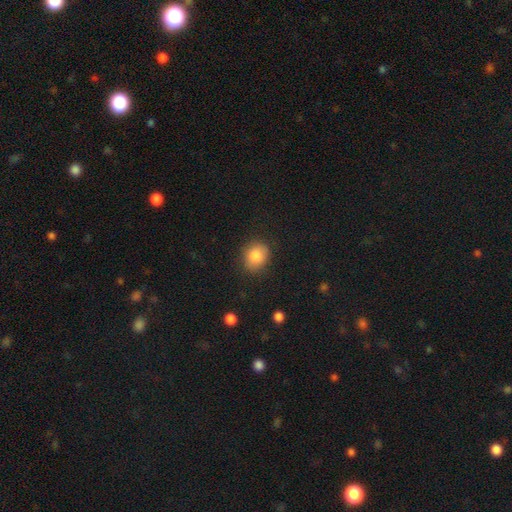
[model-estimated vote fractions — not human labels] smooth 86%, star or artifact 8%, featured or disk 6%. Down the decision tree: how rounded — round (61%); merging — none (82%).